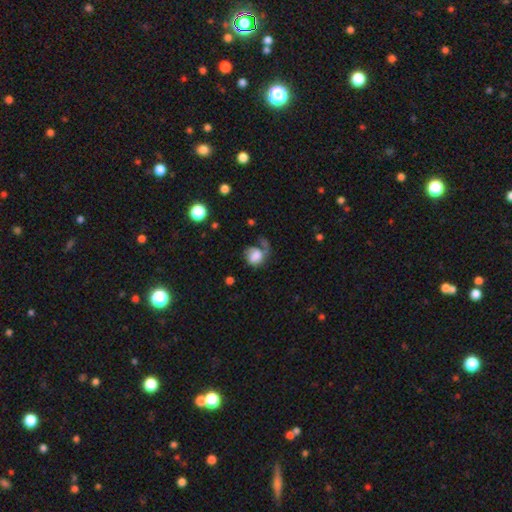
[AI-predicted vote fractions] Q: Smooth or featured?
A: smooth (61%); runner-up: featured or disk (30%)
Q: How rounded?
A: round (63%); runner-up: in between (36%)
Q: Merging?
A: major disturbance (36%); runner-up: none (33%)